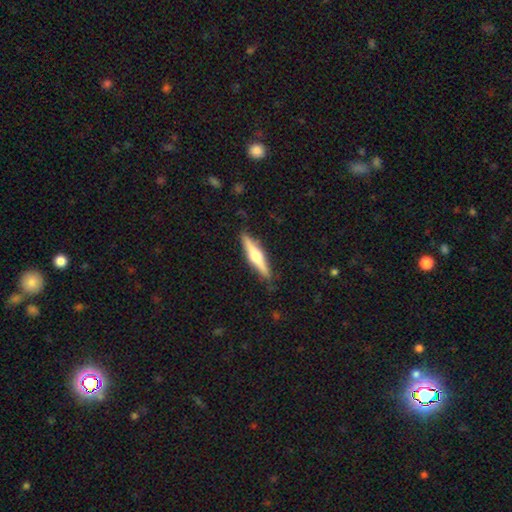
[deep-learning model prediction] The model was most divided on "smooth or featured": featured or disk: 59%, smooth: 35%, star or artifact: 5%. More confident: edge-on disk — yes (96%); edge-on bulge — rounded (92%); merging — none (87%).